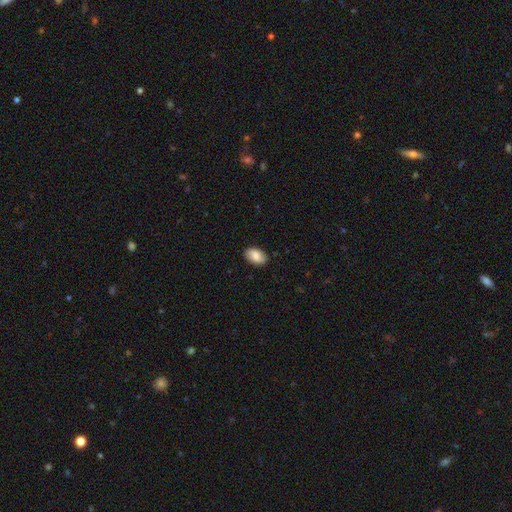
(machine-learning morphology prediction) Q: Smooth or featured?
A: smooth (78%); runner-up: featured or disk (16%)
Q: How rounded?
A: in between (92%); runner-up: round (7%)
Q: Merging?
A: none (87%); runner-up: minor disturbance (10%)